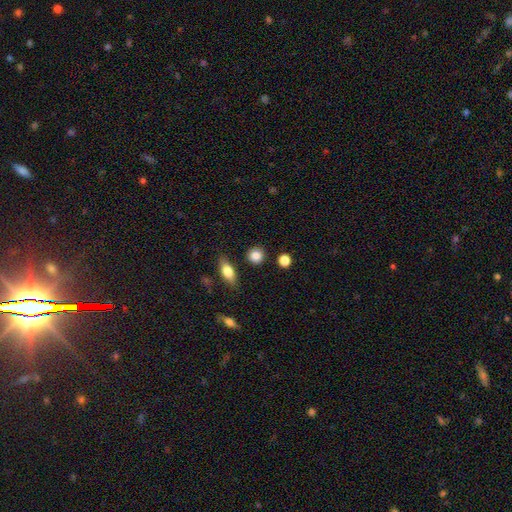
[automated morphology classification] A smooth galaxy with no disk features (86%) that is round (87%). Merging: none (87%).